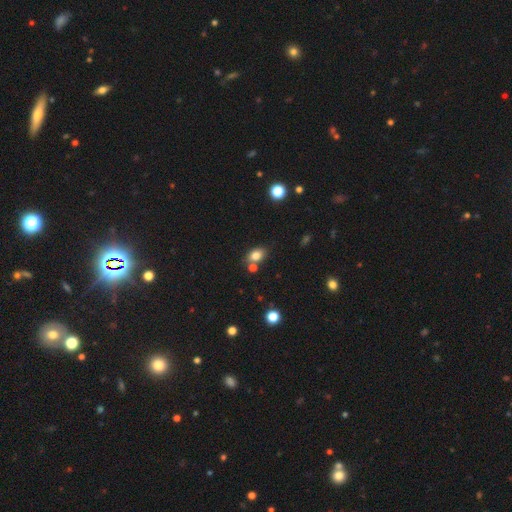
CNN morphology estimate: smooth-or-featured: smooth: 81% | star or artifact: 10% | featured or disk: 9%
  how-rounded: in between: 77% | round: 22% | cigar-shaped: 1%
  merging: none: 68% | merger: 17% | minor disturbance: 12% | major disturbance: 3%